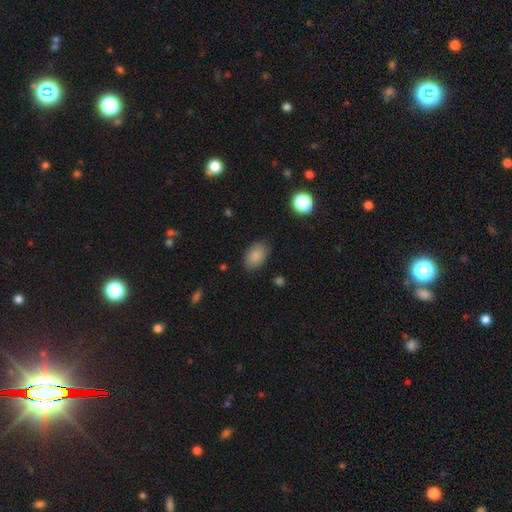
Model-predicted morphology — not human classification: A smooth galaxy with no disk features (86%) that is in between round and cigar-shaped (87%). Merging: none (84%).